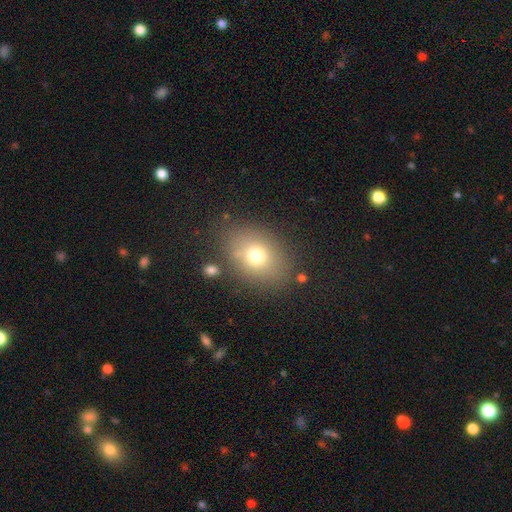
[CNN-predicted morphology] A smooth galaxy with no disk features (72%) that is in between round and cigar-shaped (59%).

Vote fractions:
- Smooth or featured? smooth: 72% / featured or disk: 14% / star or artifact: 14%
- How rounded? in between: 59% / round: 40% / cigar-shaped: 1%
- Merging? none: 78% / minor disturbance: 12% / major disturbance: 6% / merger: 4%